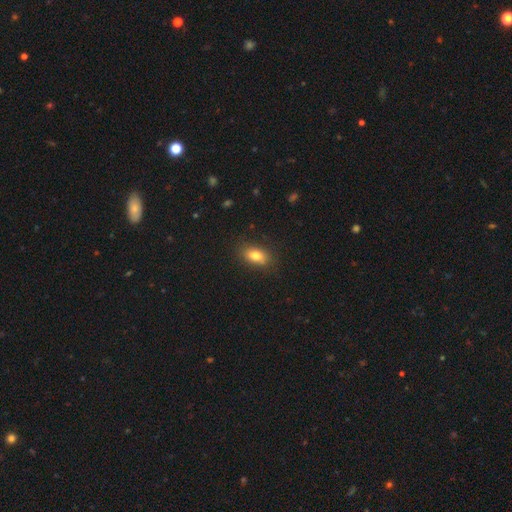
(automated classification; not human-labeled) smooth-or-featured: smooth: 81% | featured or disk: 11% | star or artifact: 9%
  how-rounded: in between: 86% | round: 9% | cigar-shaped: 5%
  merging: none: 82% | minor disturbance: 13% | major disturbance: 3% | merger: 2%